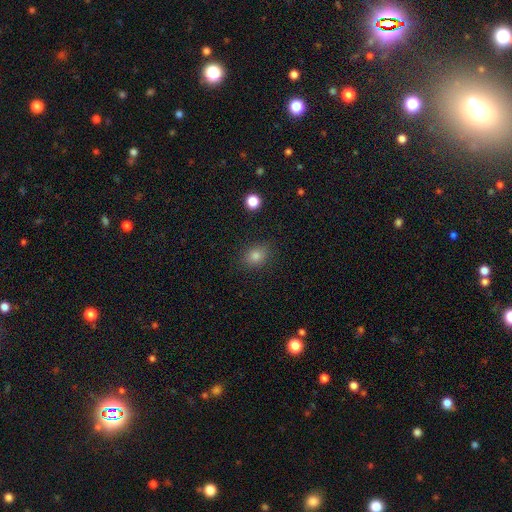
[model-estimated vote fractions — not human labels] smooth-or-featured: smooth: 80% | star or artifact: 13% | featured or disk: 7%
  how-rounded: in between: 54% | round: 45% | cigar-shaped: 1%
  merging: none: 87% | minor disturbance: 9% | major disturbance: 3% | merger: 1%